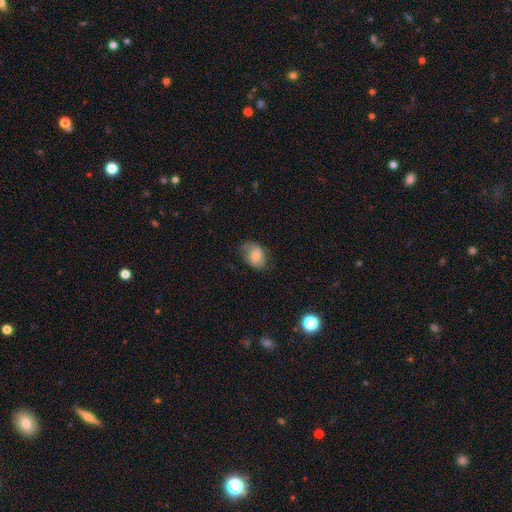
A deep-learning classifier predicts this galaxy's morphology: Smooth or featured? Predicted: smooth (p=0.66). How rounded? Predicted: in between (p=0.72). Merging? Predicted: none (p=0.62).